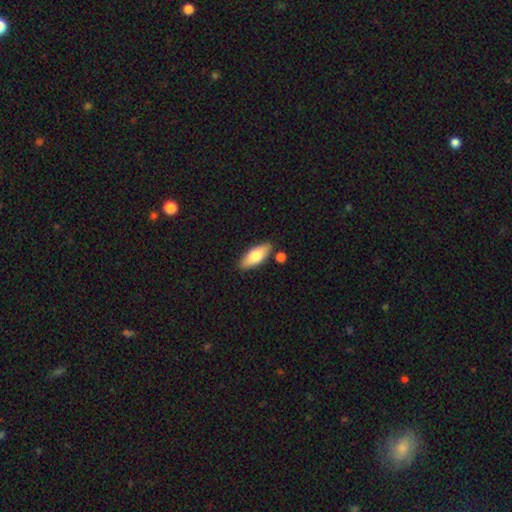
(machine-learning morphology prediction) Q: Smooth or featured?
A: smooth (75%); runner-up: featured or disk (19%)
Q: How rounded?
A: in between (78%); runner-up: cigar-shaped (19%)
Q: Merging?
A: none (81%); runner-up: minor disturbance (11%)